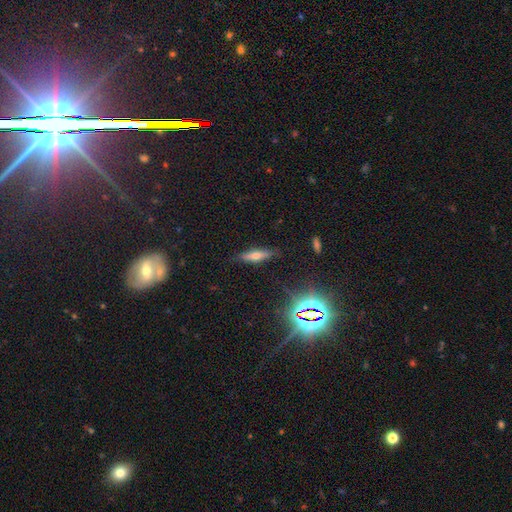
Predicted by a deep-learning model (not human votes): This appears to be a smooth galaxy with no disk features (45%). Merging: none (84%).